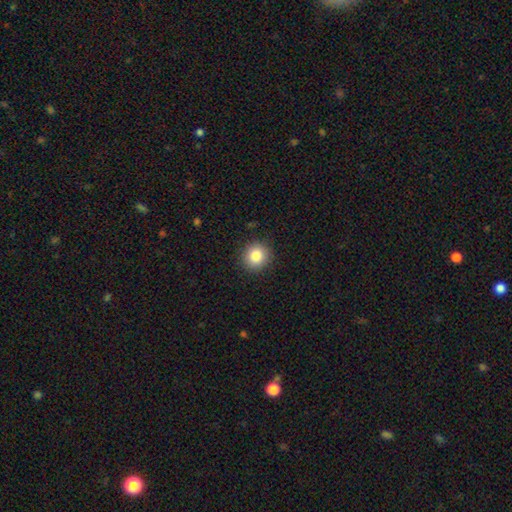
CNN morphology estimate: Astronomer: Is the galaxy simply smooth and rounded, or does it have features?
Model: smooth — 85%.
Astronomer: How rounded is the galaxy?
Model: round — 89%.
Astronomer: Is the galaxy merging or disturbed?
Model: none — 91%.